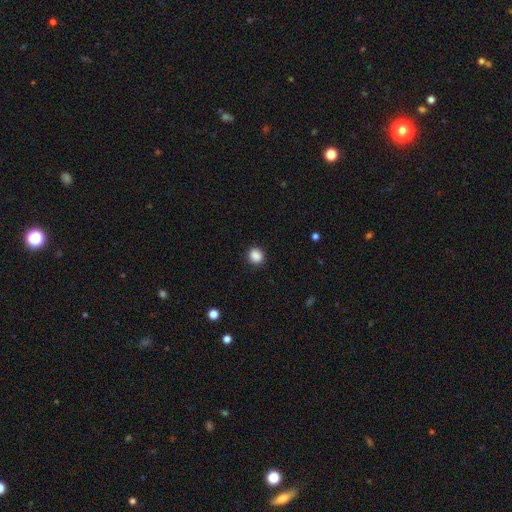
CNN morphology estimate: type=smooth (88%); roundness=round (83%); merging=none (90%).